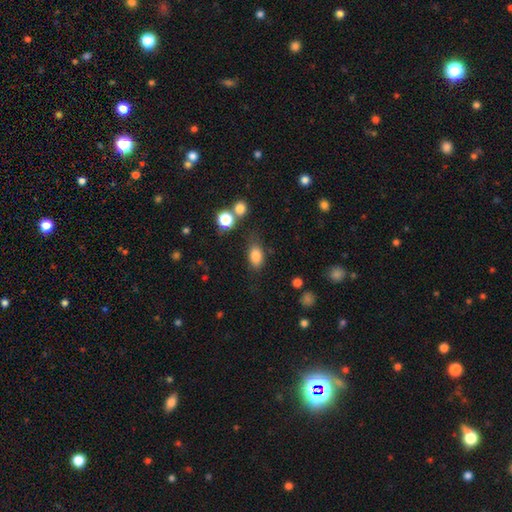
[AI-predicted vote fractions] A smooth galaxy with no disk features (83%) that is in between round and cigar-shaped (85%).

Vote fractions:
- Smooth or featured? smooth: 83% / star or artifact: 10% / featured or disk: 7%
- How rounded? in between: 85% / round: 12% / cigar-shaped: 3%
- Merging? none: 68% / minor disturbance: 19% / major disturbance: 7% / merger: 6%